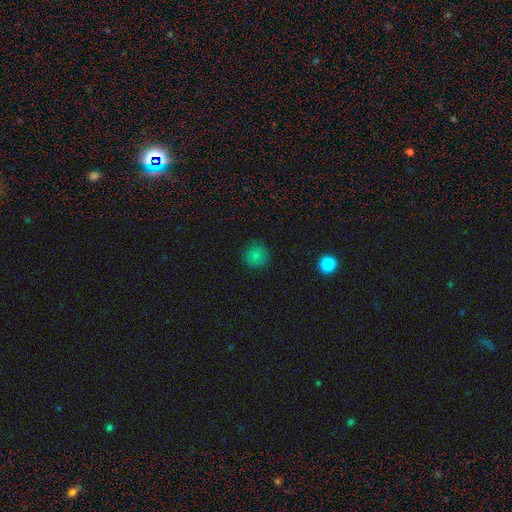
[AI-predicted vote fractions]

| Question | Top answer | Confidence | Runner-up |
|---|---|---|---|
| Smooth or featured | smooth | 81% | star or artifact (14%) |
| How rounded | round | 94% | in between (5%) |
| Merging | none | 89% | minor disturbance (8%) |